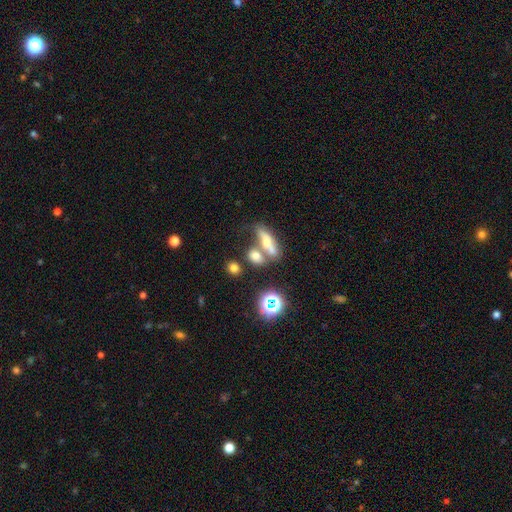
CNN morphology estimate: Smooth or featured: smooth — 61% (featured or disk — 23%)
How rounded: in between — 53% (round — 27%)
Merging: merger — 43% (none — 41%)